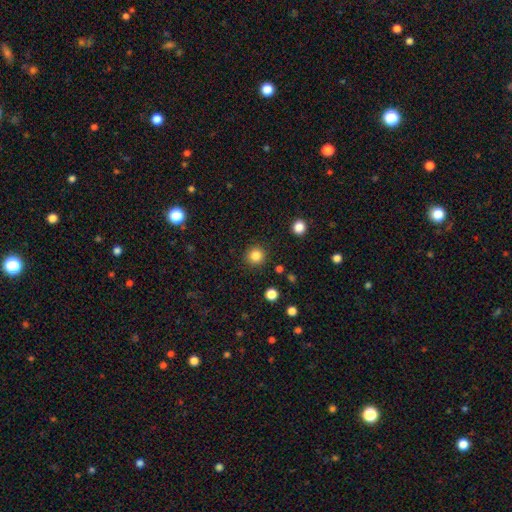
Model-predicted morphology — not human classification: type=smooth (84%); roundness=round (94%); merging=none (91%).